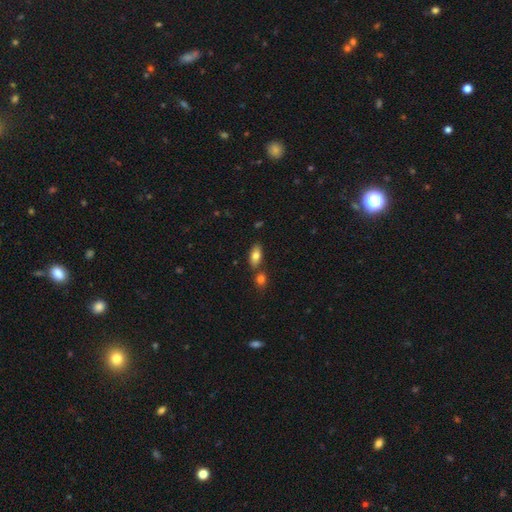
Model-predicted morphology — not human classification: smooth 79%, featured or disk 13%, star or artifact 8%. Down the decision tree: how rounded — in between (87%); merging — none (67%).